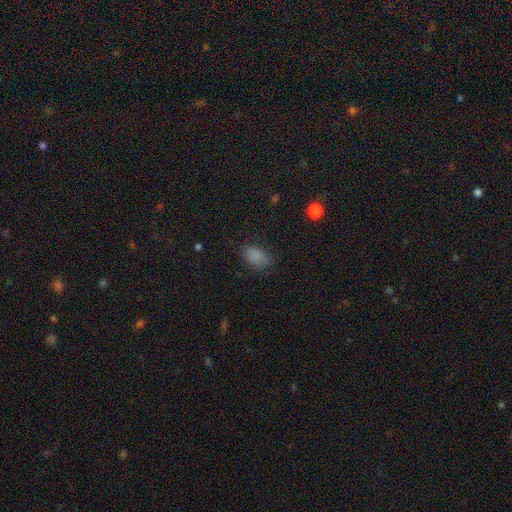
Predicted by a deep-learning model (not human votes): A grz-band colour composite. It shows a smooth galaxy with no disk features (82%) that is in between round and cigar-shaped (89%). Merging: none (70%).